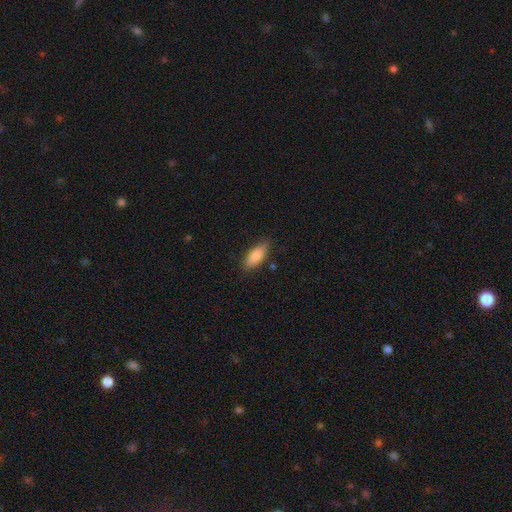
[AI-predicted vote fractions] The model was most divided on "how rounded": in between: 79%, cigar-shaped: 19%, round: 2%. More confident: smooth or featured — smooth (86%); merging — none (81%).